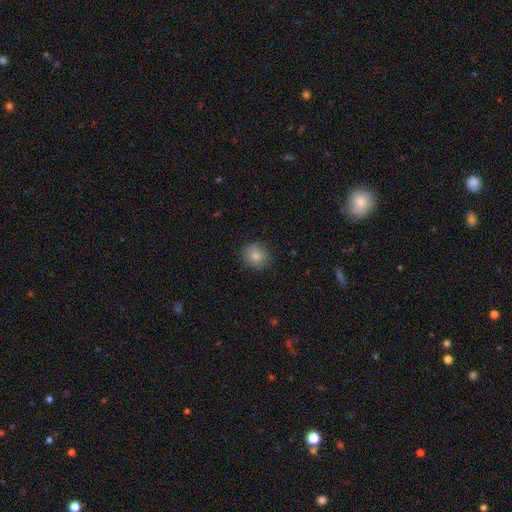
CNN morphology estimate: This appears to be a smooth galaxy with no disk features (82%) that is round (79%). Merging: none (83%).